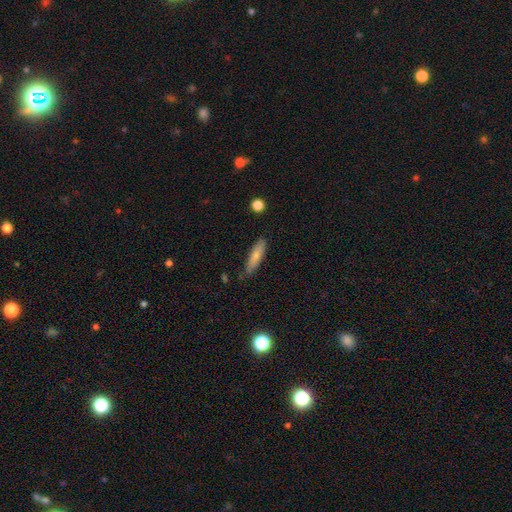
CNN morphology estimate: A smooth galaxy with no disk features (77%) that is cigar-shaped (71%).

Vote fractions:
- Smooth or featured? smooth: 77% / featured or disk: 17% / star or artifact: 6%
- How rounded? cigar-shaped: 71% / in between: 27% / round: 2%
- Merging? none: 80% / minor disturbance: 15% / major disturbance: 3% / merger: 2%